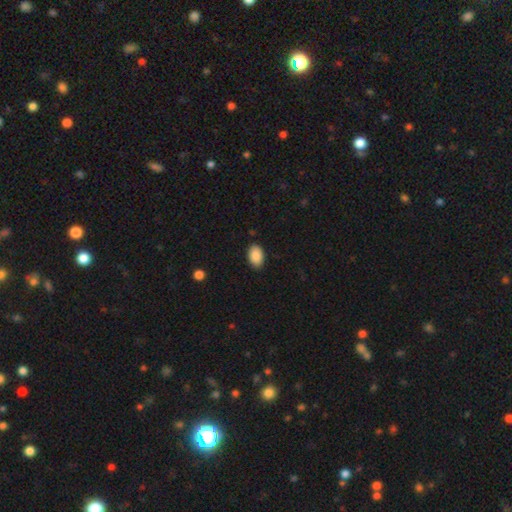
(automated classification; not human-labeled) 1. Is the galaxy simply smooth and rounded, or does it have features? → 90% smooth, 7% star or artifact, 3% featured or disk.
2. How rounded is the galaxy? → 90% in between, 9% round, 1% cigar-shaped.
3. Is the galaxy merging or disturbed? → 88% none, 9% minor disturbance, 2% major disturbance, 1% merger.